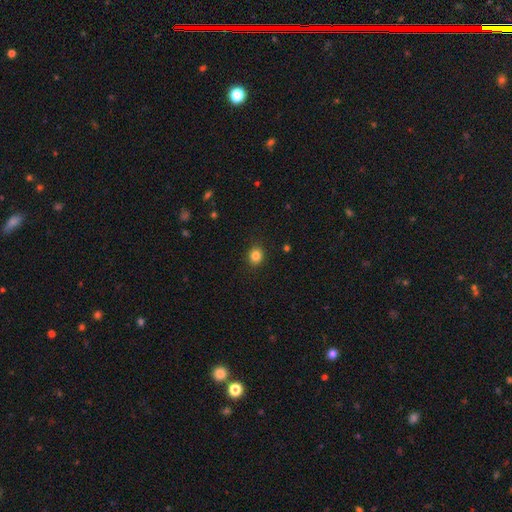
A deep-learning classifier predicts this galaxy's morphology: Overall: smooth (84%). How rounded: round (70%). Merging: none (90%).